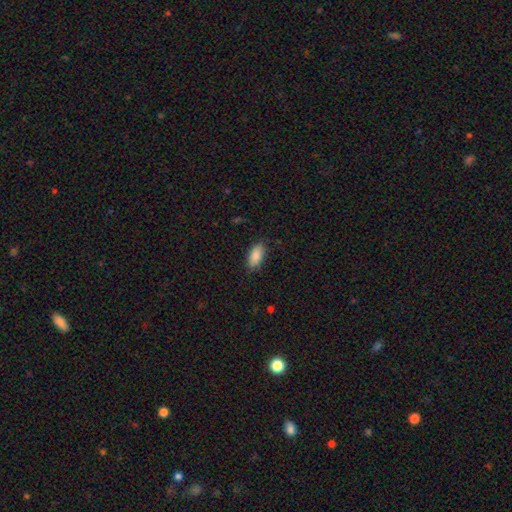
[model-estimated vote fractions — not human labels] smooth-or-featured: smooth: 88% | star or artifact: 7% | featured or disk: 6%
  how-rounded: in between: 91% | cigar-shaped: 6% | round: 3%
  merging: none: 80% | minor disturbance: 15% | major disturbance: 3% | merger: 1%